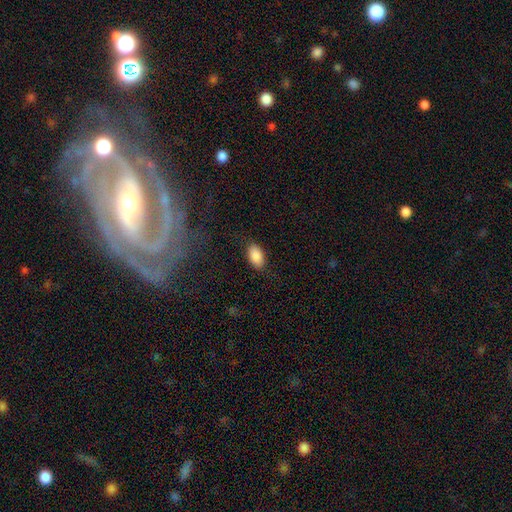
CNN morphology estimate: smooth-or-featured: smooth: 88% | star or artifact: 7% | featured or disk: 5%
  how-rounded: in between: 94% | round: 4% | cigar-shaped: 2%
  merging: none: 85% | minor disturbance: 11% | major disturbance: 3% | merger: 1%